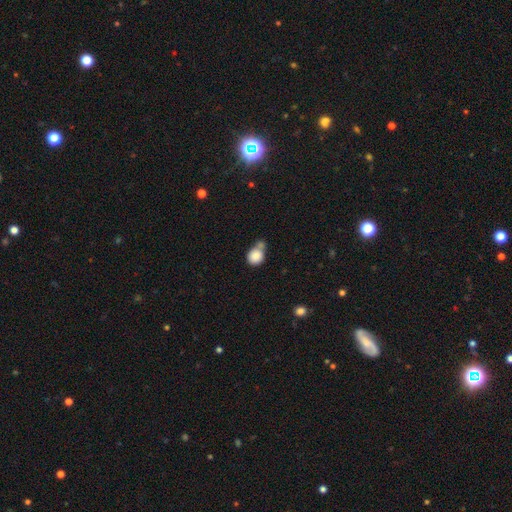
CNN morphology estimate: Smooth or featured? Predicted: smooth (p=0.85). How rounded? Predicted: round (p=0.74). Merging? Predicted: merger (p=0.40).